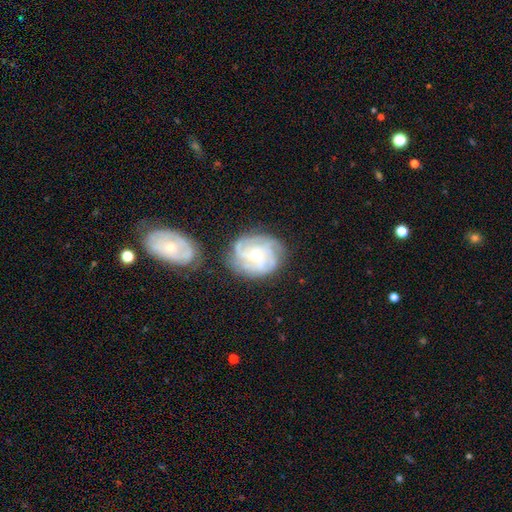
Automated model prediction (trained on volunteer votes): The model was most divided on "bulge size": small: 51%, moderate: 44%, large: 2%, none: 1%, dominant: 1%. Remaining: edge-on disk — no (97%); spiral arms — yes (96%); smooth or featured — featured or disk (83%); merging — none (69%); spiral winding — tight (66%); bar — no (65%); spiral arm count — 4 (33%).